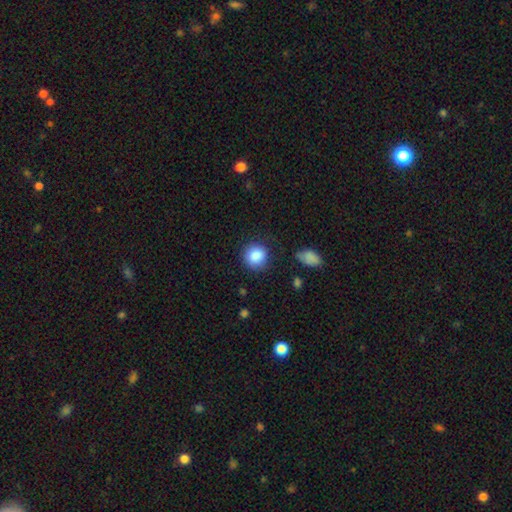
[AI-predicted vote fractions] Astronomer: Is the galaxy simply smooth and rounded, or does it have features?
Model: smooth — 87%.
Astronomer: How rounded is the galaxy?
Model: round — 88%.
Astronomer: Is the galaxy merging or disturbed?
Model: none — 81%.